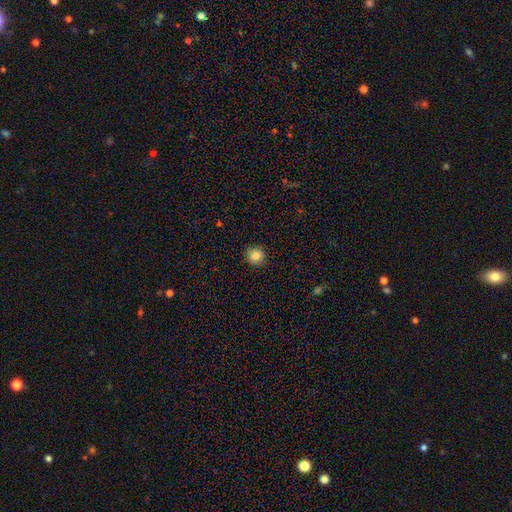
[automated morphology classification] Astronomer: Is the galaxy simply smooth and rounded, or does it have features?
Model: smooth — 84%.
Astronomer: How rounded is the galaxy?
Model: round — 93%.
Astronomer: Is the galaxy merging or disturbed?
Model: none — 90%.